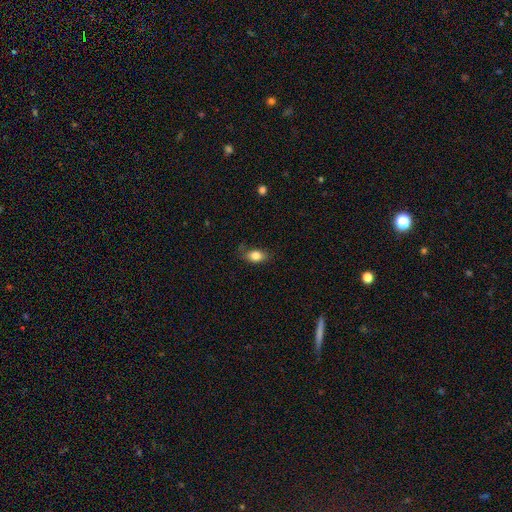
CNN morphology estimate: smooth_or_featured: smooth (p=0.82) [alt: featured or disk p=0.10]
how_rounded: in between (p=0.85) [alt: round p=0.12]
merging: none (p=0.73) [alt: minor disturbance p=0.21]